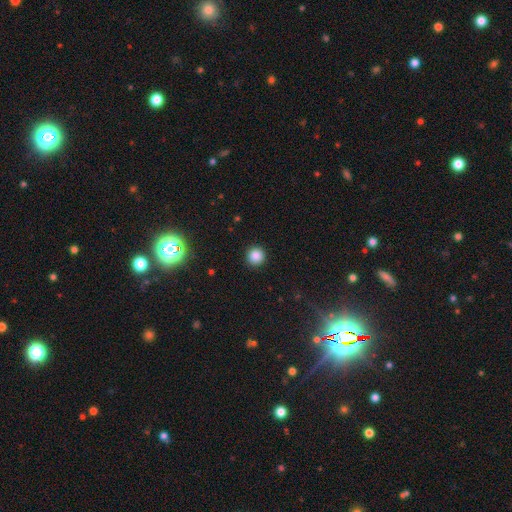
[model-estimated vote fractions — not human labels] Q: Smooth or featured?
A: smooth (85%); runner-up: star or artifact (12%)
Q: How rounded?
A: round (95%); runner-up: in between (4%)
Q: Merging?
A: none (92%); runner-up: minor disturbance (5%)